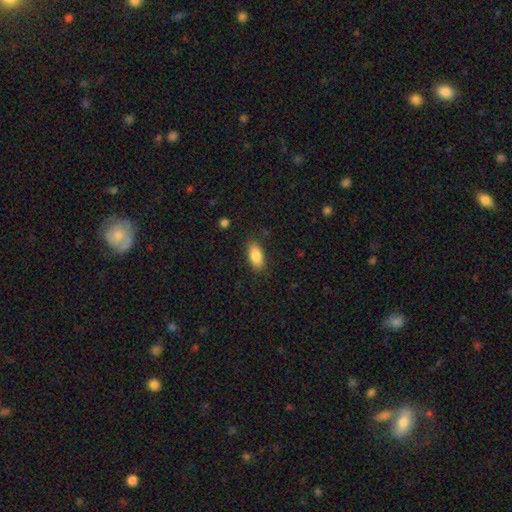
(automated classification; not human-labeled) smooth-or-featured: smooth: 86% | star or artifact: 7% | featured or disk: 7%
  how-rounded: in between: 88% | cigar-shaped: 9% | round: 3%
  merging: none: 84% | minor disturbance: 12% | major disturbance: 3% | merger: 1%